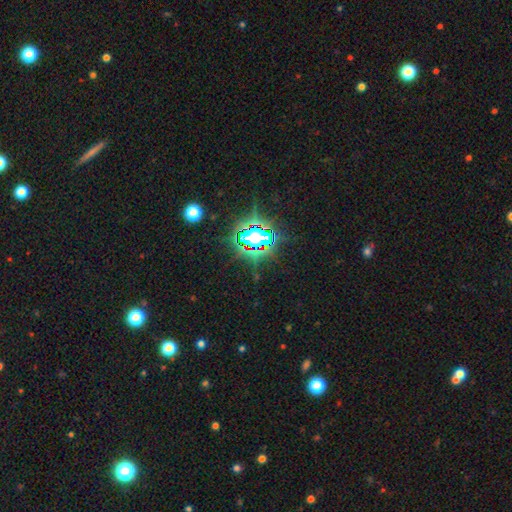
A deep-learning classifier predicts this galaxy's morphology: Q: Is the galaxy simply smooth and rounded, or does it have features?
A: star or artifact — 80%.